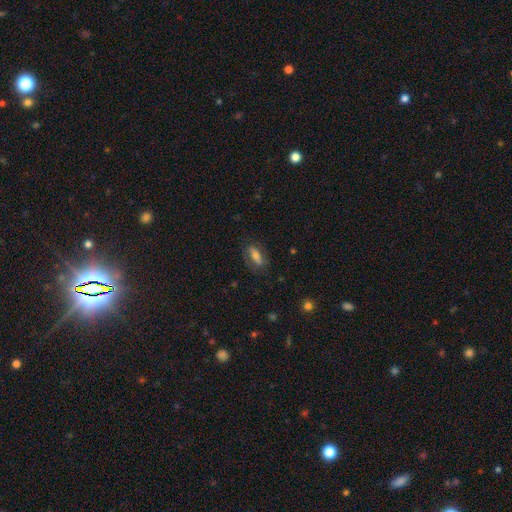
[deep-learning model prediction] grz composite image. It shows a smooth galaxy with no disk features (58%) that is in between round and cigar-shaped (65%). Merging: none (72%).